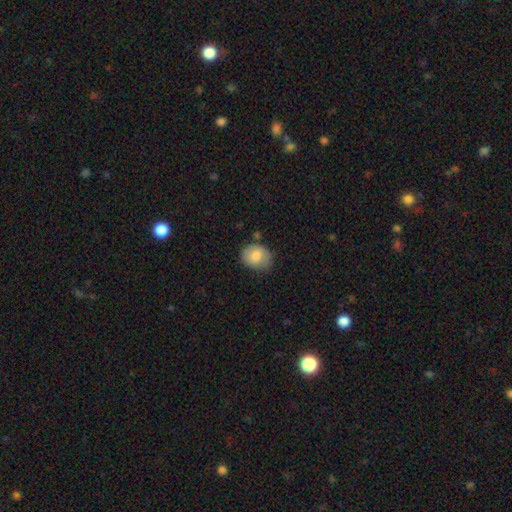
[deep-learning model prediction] Morphology: type=smooth (80%); roundness=round (56%); merging=none (62%).